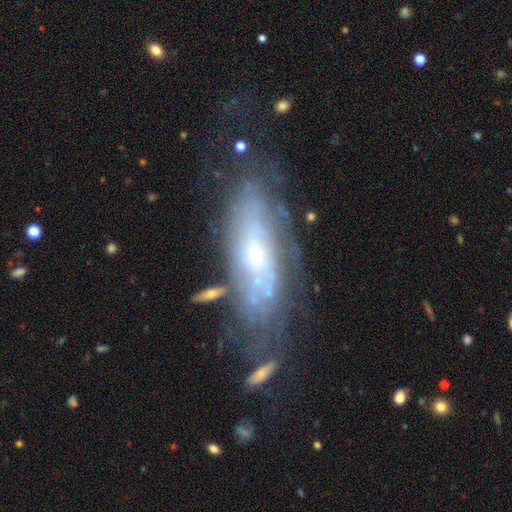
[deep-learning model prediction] smooth_or_featured: featured or disk (p=0.74) [alt: smooth p=0.18]
disk_edge_on: no (p=0.82) [alt: yes p=0.18]
bar: no (p=0.72) [alt: weak p=0.23]
has_spiral_arms: yes (p=0.77) [alt: no p=0.23]
bulge_size: small (p=0.61) [alt: moderate p=0.32]
merging: none (p=0.57) [alt: minor disturbance p=0.22]